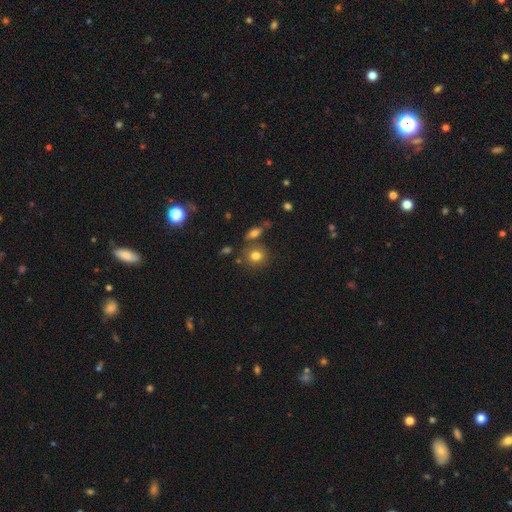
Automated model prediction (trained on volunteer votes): Smooth or featured: smooth — 79% (star or artifact — 12%)
How rounded: round — 73% (in between — 26%)
Merging: none — 73% (merger — 12%)